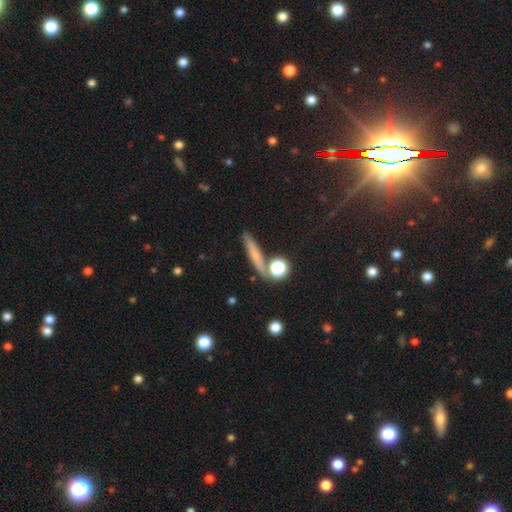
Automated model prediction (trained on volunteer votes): Q: Smooth or featured?
A: smooth (60%); runner-up: featured or disk (26%)
Q: How rounded?
A: cigar-shaped (75%); runner-up: round (14%)
Q: Merging?
A: none (77%); runner-up: minor disturbance (11%)